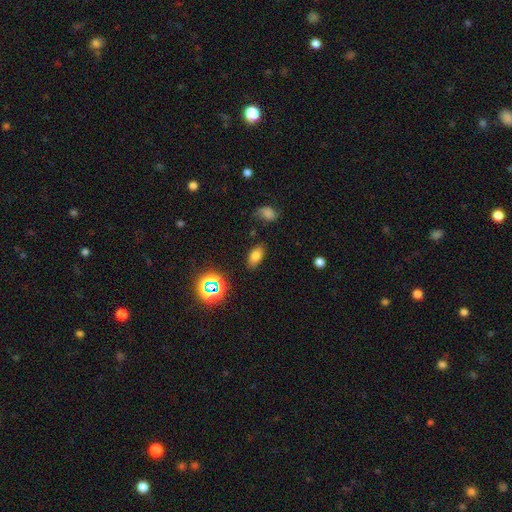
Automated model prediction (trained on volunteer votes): smooth-or-featured: smooth: 72% | star or artifact: 17% | featured or disk: 11%
  how-rounded: in between: 88% | round: 8% | cigar-shaped: 4%
  merging: none: 81% | minor disturbance: 13% | major disturbance: 4% | merger: 2%